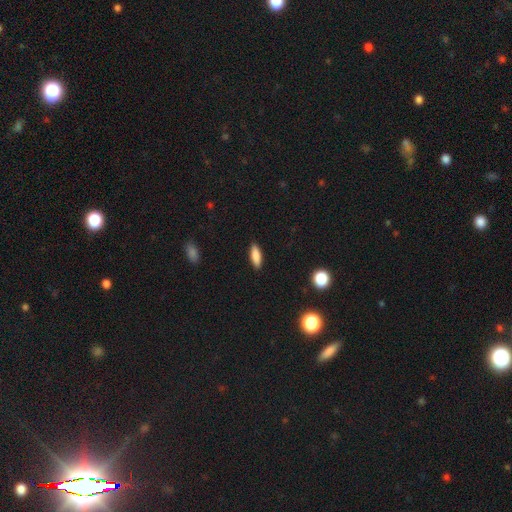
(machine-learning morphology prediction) Q: Smooth or featured?
A: smooth (84%); runner-up: featured or disk (9%)
Q: How rounded?
A: in between (52%); runner-up: cigar-shaped (46%)
Q: Merging?
A: none (89%); runner-up: minor disturbance (8%)